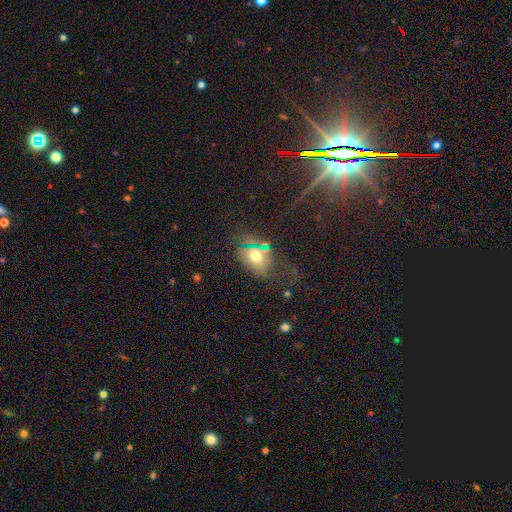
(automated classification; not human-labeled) The model was most divided on "merging": none: 49%, minor disturbance: 23%, major disturbance: 20%, merger: 8%. More confident: how rounded — in between (70%); smooth or featured — smooth (64%).